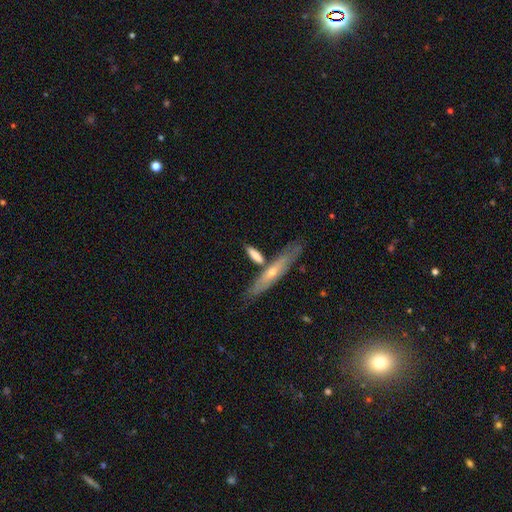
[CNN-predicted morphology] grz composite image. It shows a smooth galaxy with no disk features (61%) that is cigar-shaped (67%). Merging: none (58%).